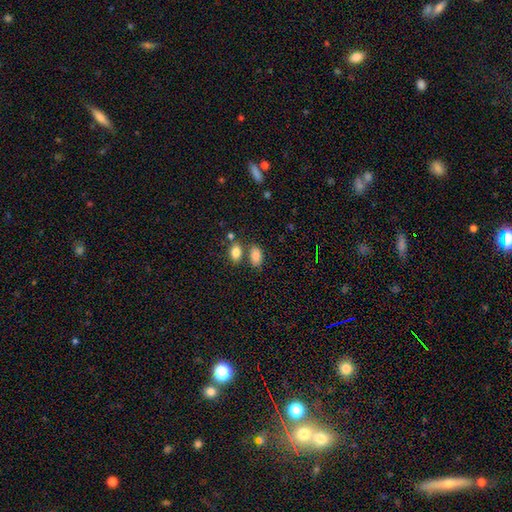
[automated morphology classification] smooth_or_featured: smooth (p=0.85) [alt: star or artifact p=0.09]
how_rounded: in between (p=0.89) [alt: round p=0.09]
merging: none (p=0.60) [alt: merger p=0.23]